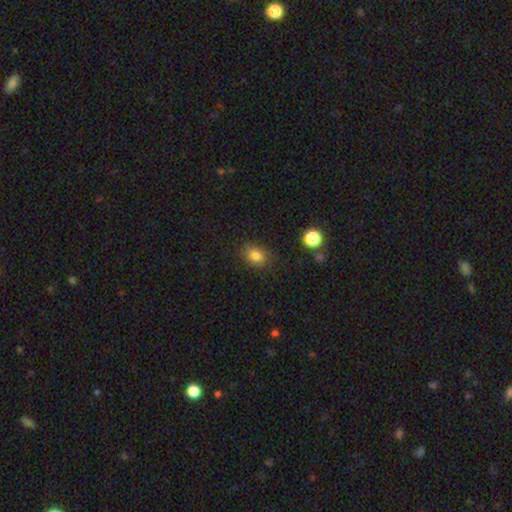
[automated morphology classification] smooth-or-featured: smooth: 81% | star or artifact: 13% | featured or disk: 6%
  how-rounded: in between: 54% | round: 45% | cigar-shaped: 1%
  merging: none: 83% | minor disturbance: 12% | major disturbance: 3% | merger: 2%